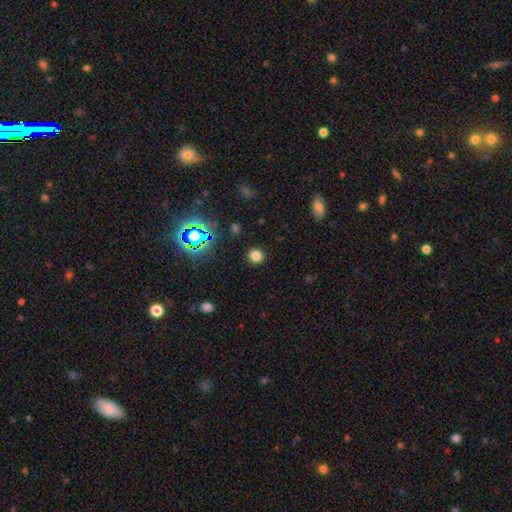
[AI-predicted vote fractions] The model was most divided on "smooth or featured": smooth: 74%, star or artifact: 21%, featured or disk: 5%. More confident: merging — none (89%); how rounded — round (85%).